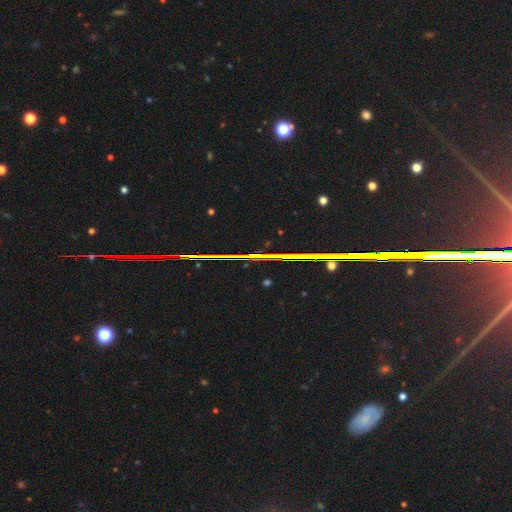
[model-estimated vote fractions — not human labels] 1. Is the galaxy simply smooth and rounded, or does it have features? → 86% star or artifact, 8% featured or disk, 6% smooth.